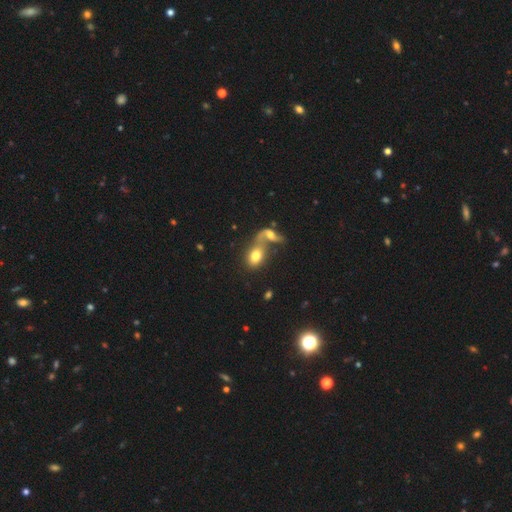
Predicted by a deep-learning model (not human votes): smooth_or_featured: smooth (p=0.71) [alt: featured or disk p=0.20]
how_rounded: in between (p=0.78) [alt: round p=0.19]
merging: merger (p=0.63) [alt: none p=0.22]